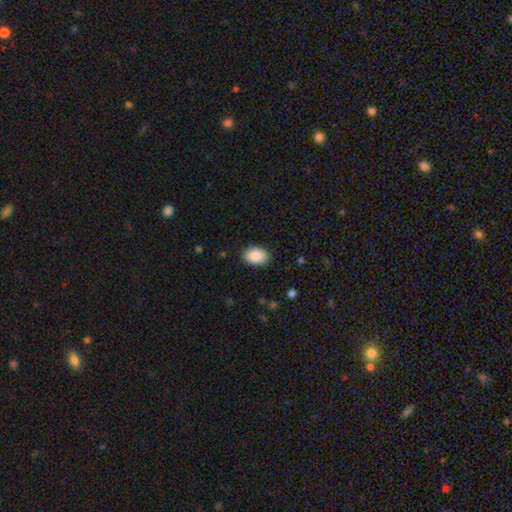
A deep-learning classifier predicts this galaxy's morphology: smooth-or-featured: smooth: 90% | star or artifact: 7% | featured or disk: 4%
  how-rounded: in between: 87% | round: 12% | cigar-shaped: 1%
  merging: none: 86% | minor disturbance: 10% | major disturbance: 2% | merger: 1%